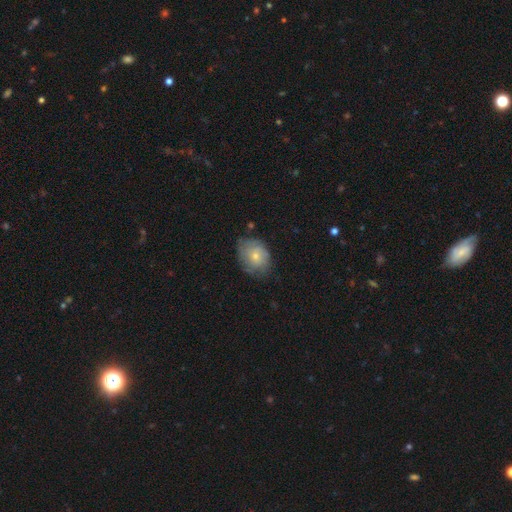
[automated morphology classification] smooth_or_featured: smooth (p=0.63) [alt: featured or disk p=0.29]
how_rounded: in between (p=0.55) [alt: round p=0.44]
merging: none (p=0.63) [alt: minor disturbance p=0.28]